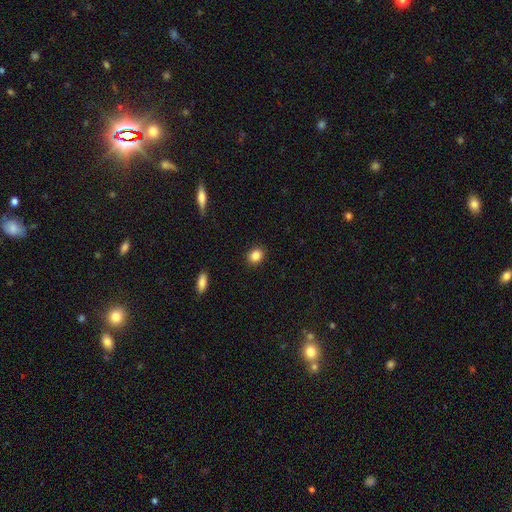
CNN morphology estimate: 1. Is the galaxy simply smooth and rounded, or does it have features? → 86% smooth, 10% star or artifact, 4% featured or disk.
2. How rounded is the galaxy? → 58% round, 40% in between, 1% cigar-shaped.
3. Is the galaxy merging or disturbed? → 90% none, 7% minor disturbance, 2% major disturbance, 1% merger.